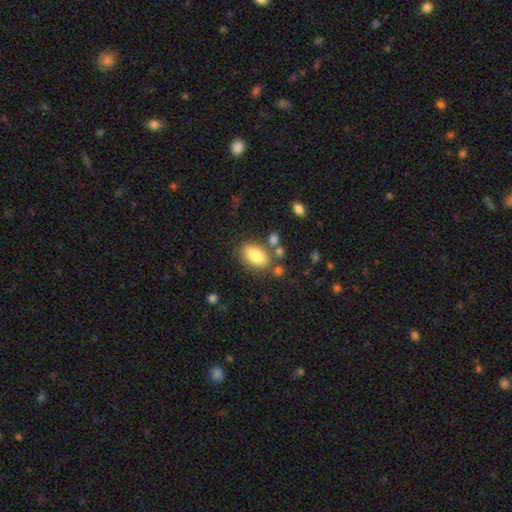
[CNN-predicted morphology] Overall: smooth (81%). How rounded: in between (90%). Merging: none (72%).